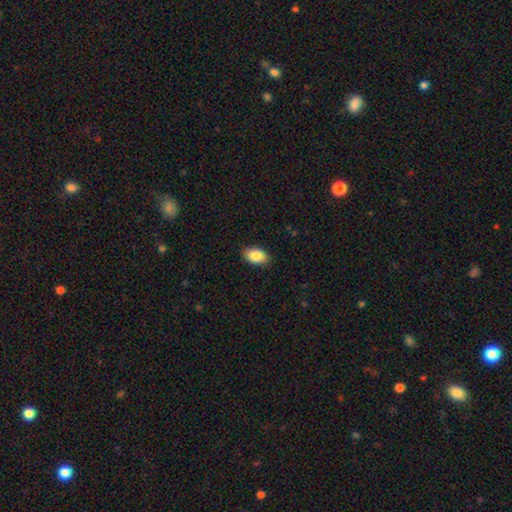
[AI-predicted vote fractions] smooth-or-featured: smooth: 87% | star or artifact: 7% | featured or disk: 7%
  how-rounded: in between: 92% | round: 7% | cigar-shaped: 2%
  merging: none: 88% | minor disturbance: 9% | major disturbance: 2% | merger: 1%